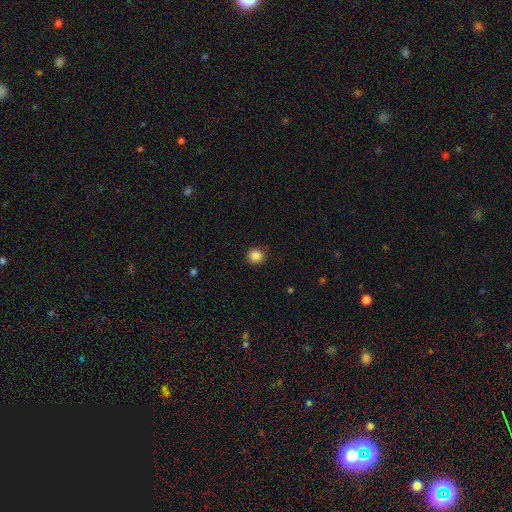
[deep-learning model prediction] smooth 87%, star or artifact 10%, featured or disk 3%. Down the decision tree: how rounded — round (91%); merging — none (89%).